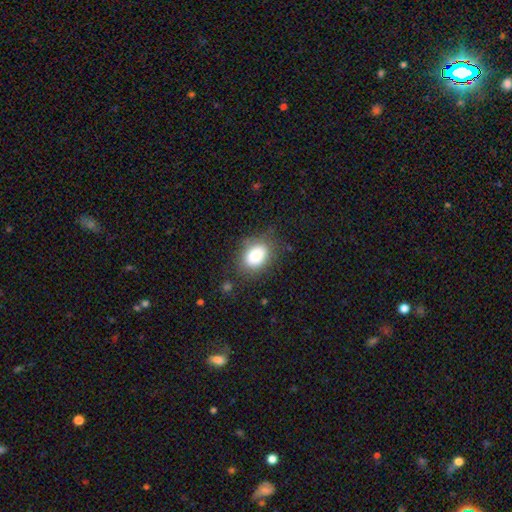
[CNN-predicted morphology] Smooth or featured? smooth (81%)
How rounded? in between (75%)
Merging? none (72%)